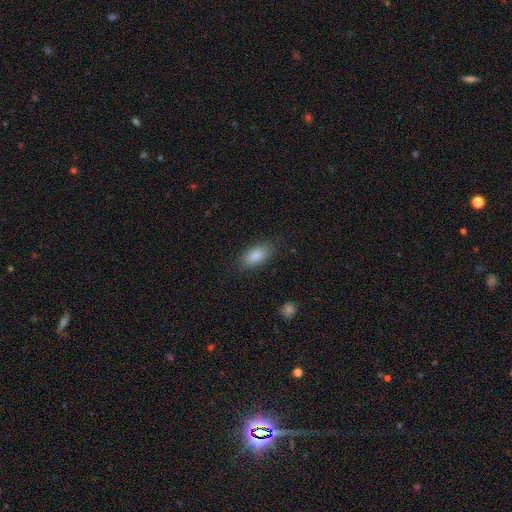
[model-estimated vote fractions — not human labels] Smooth or featured? smooth (86%)
How rounded? in between (91%)
Merging? none (85%)